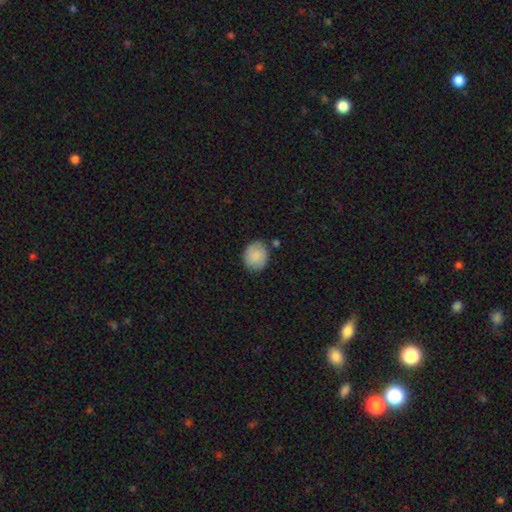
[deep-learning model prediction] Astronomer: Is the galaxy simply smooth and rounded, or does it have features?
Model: smooth — 85%.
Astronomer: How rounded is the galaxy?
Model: round — 64%.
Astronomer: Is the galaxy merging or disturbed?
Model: none — 75%.